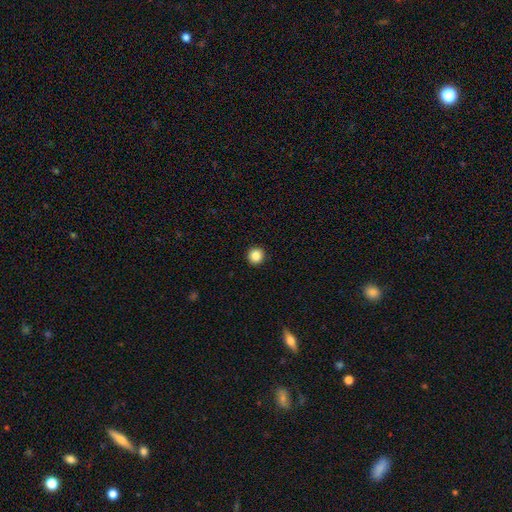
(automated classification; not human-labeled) smooth_or_featured: smooth (p=0.85) [alt: star or artifact p=0.10]
how_rounded: round (p=0.96) [alt: in between p=0.03]
merging: none (p=0.94) [alt: minor disturbance p=0.04]